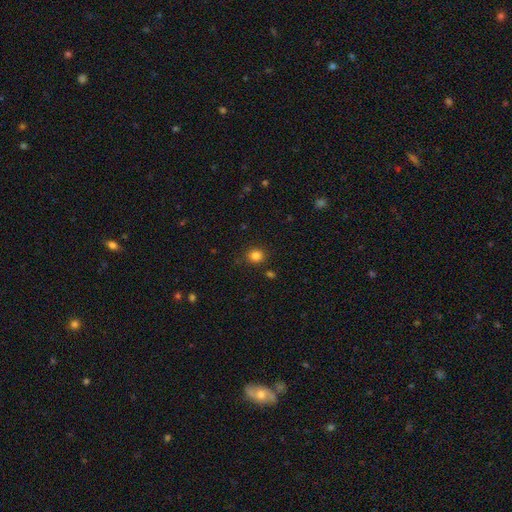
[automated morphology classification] smooth 83%, star or artifact 12%, featured or disk 5%. Down the decision tree: how rounded — round (84%); merging — none (86%).